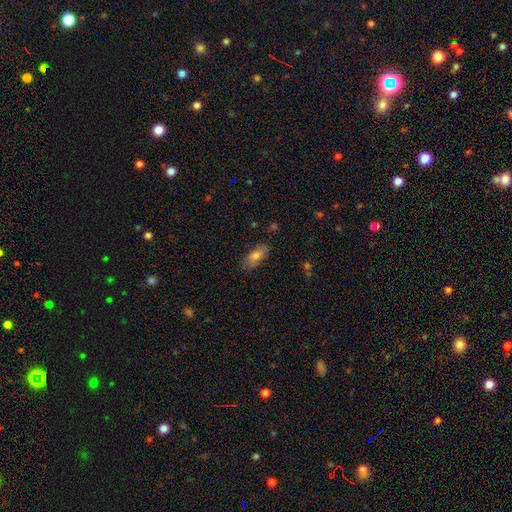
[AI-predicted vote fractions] smooth_or_featured: smooth (p=0.77) [alt: featured or disk p=0.16]
how_rounded: in between (p=0.86) [alt: cigar-shaped p=0.12]
merging: none (p=0.80) [alt: minor disturbance p=0.15]